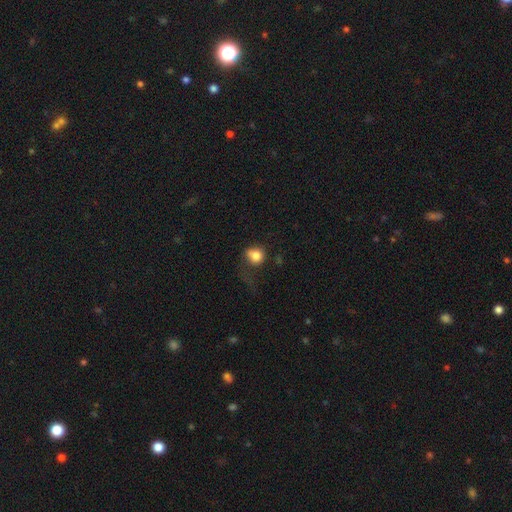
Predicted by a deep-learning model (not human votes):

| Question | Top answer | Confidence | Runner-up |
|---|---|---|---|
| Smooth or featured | smooth | 79% | featured or disk (11%) |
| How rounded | round | 72% | in between (27%) |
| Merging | none | 37% | major disturbance (32%) |